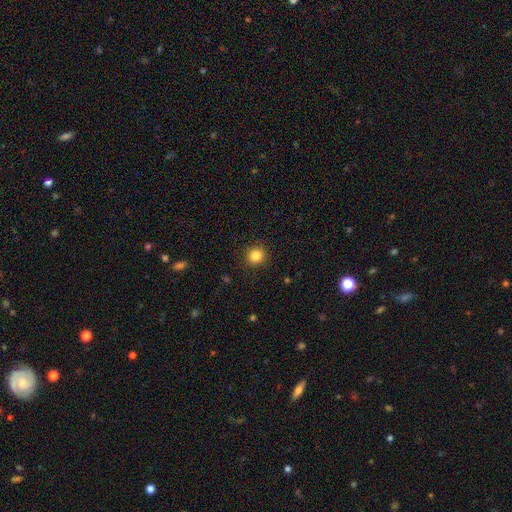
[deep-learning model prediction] smooth-or-featured: smooth: 84% | star or artifact: 12% | featured or disk: 4%
  how-rounded: round: 92% | in between: 7% | cigar-shaped: 1%
  merging: none: 91% | minor disturbance: 6% | major disturbance: 2% | merger: 1%